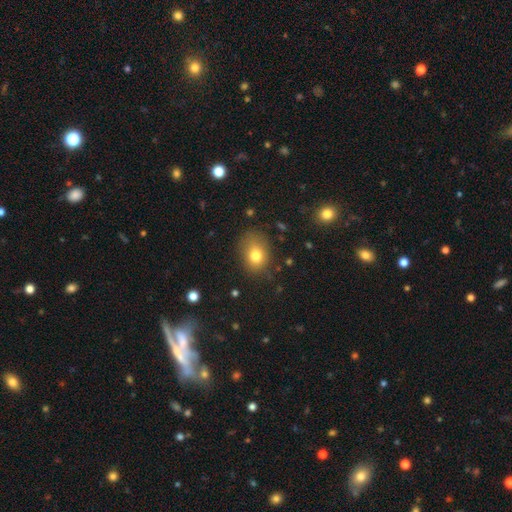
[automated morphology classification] The model was most divided on "how rounded": in between: 58%, round: 41%, cigar-shaped: 1%. More confident: smooth or featured — smooth (77%); merging — none (69%).